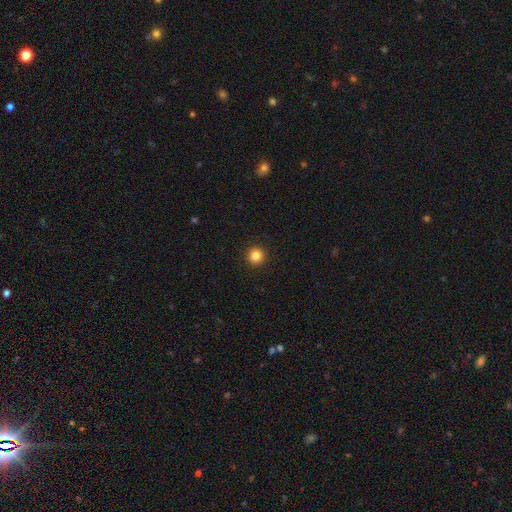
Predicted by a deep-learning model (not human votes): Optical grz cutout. It shows a smooth galaxy with no disk features (85%) that is round (95%). Merging: none (93%).